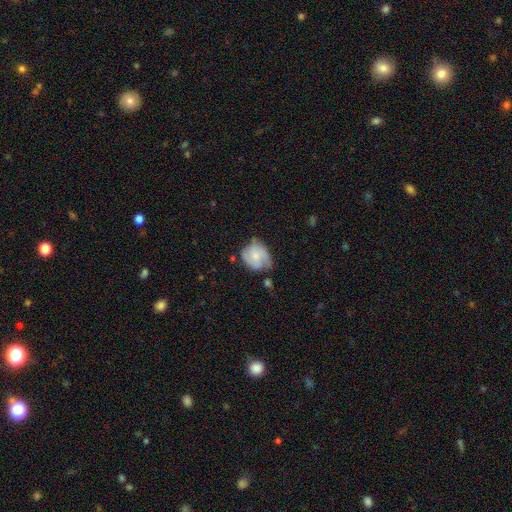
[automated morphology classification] A smooth galaxy with no disk features (51%) that is round (58%).

Vote fractions:
- Smooth or featured? smooth: 51% / featured or disk: 42% / star or artifact: 7%
- How rounded? round: 58% / in between: 41% / cigar-shaped: 1%
- Merging? none: 45% / minor disturbance: 36% / major disturbance: 14% / merger: 5%